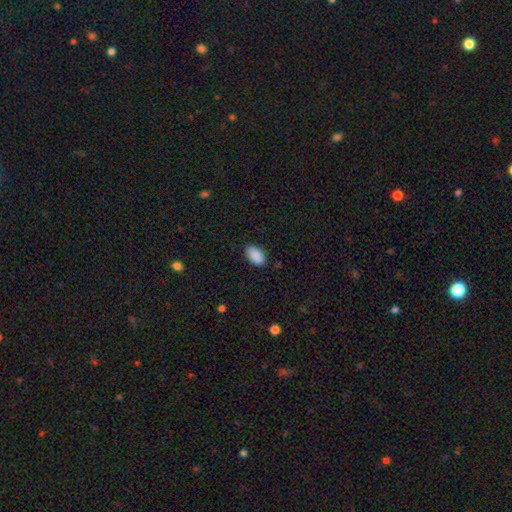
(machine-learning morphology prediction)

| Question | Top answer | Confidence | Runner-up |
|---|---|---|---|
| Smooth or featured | smooth | 90% | star or artifact (7%) |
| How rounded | in between | 94% | round (5%) |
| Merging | none | 86% | minor disturbance (11%) |